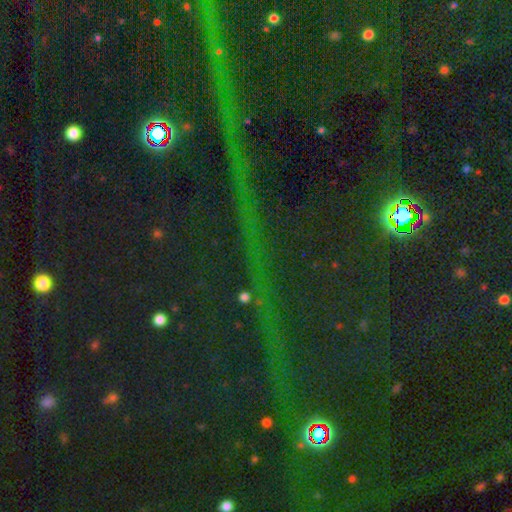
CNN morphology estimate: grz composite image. It shows a star or artifact, not a galaxy (82%).